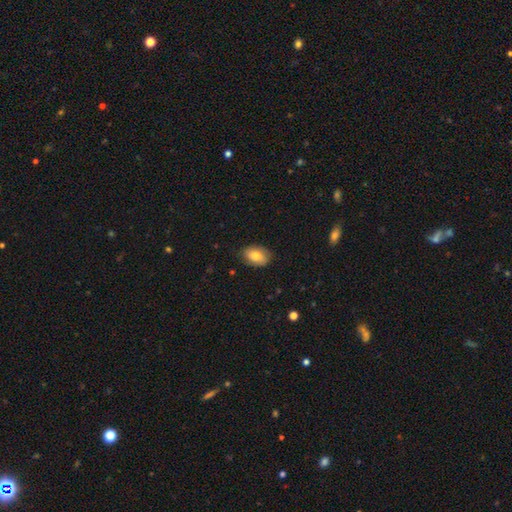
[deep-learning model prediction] Smooth or featured: smooth — 78% (featured or disk — 15%)
How rounded: in between — 86% (round — 13%)
Merging: none — 81% (minor disturbance — 15%)